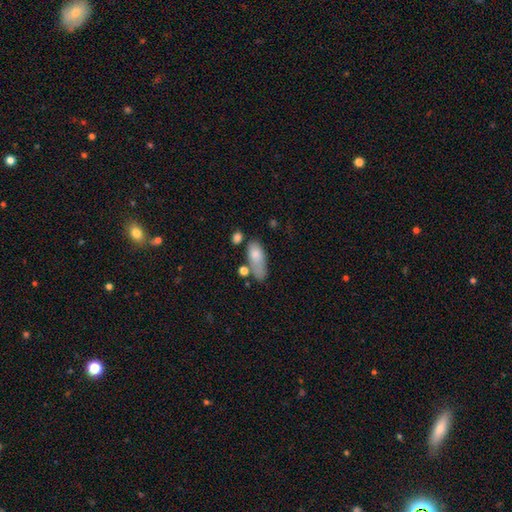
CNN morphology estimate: type=smooth (78%); roundness=in between (78%); merging=none (38%).